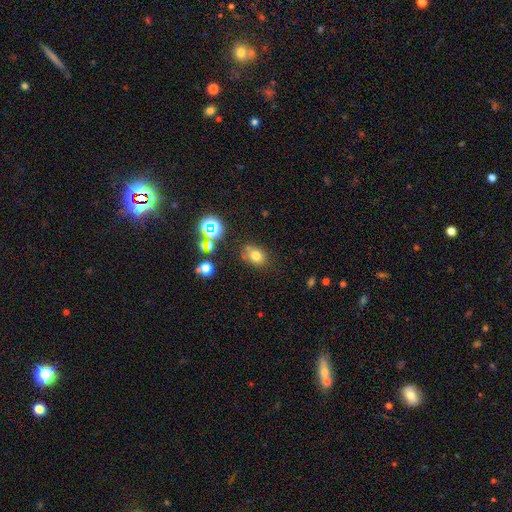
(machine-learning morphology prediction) A smooth galaxy with no disk features (72%) that is in between round and cigar-shaped (61%).

Vote fractions:
- Smooth or featured? smooth: 72% / star or artifact: 18% / featured or disk: 11%
- How rounded? in between: 61% / round: 37% / cigar-shaped: 1%
- Merging? none: 69% / minor disturbance: 18% / merger: 7% / major disturbance: 6%